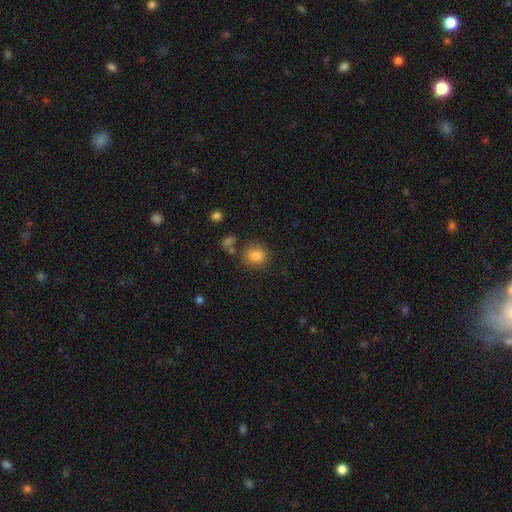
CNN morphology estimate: This appears to be a smooth galaxy with no disk features (84%) that is round (76%). Merging: none (76%).